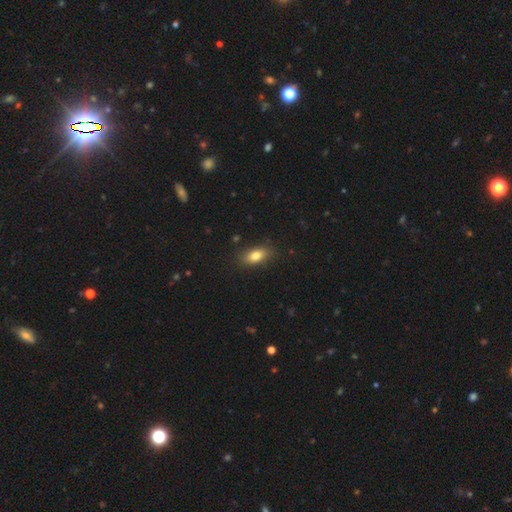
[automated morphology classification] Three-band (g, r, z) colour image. It shows a smooth galaxy with no disk features (82%) that is in between round and cigar-shaped (86%). Merging: none (83%).